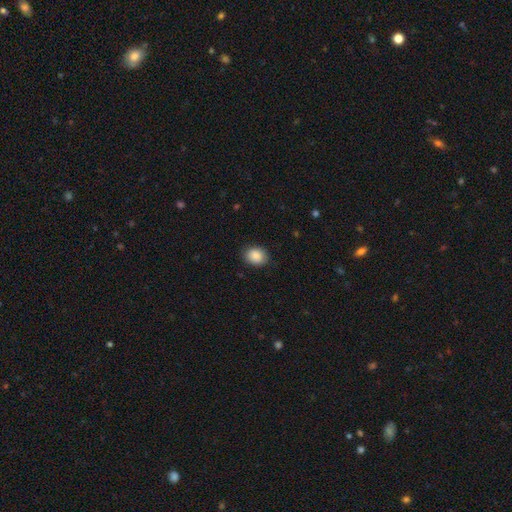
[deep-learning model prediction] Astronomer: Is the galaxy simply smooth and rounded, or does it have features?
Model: smooth — 88%.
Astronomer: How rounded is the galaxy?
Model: round — 50% (runner-up: in between, 49%).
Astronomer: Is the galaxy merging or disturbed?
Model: none — 85%.